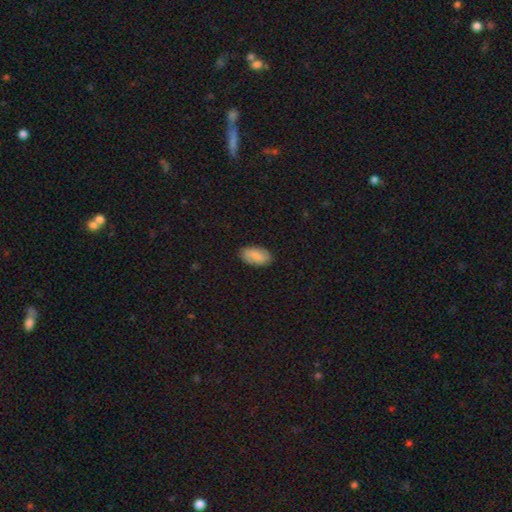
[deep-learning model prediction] Morphology: type=smooth (74%); roundness=in between (93%); merging=none (86%).